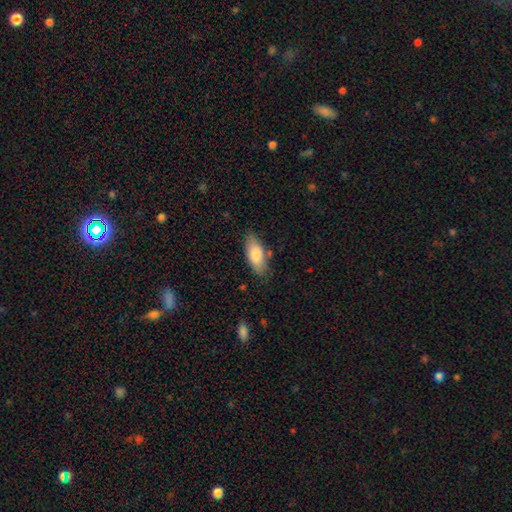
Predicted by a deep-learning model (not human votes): This appears to be a smooth galaxy with no disk features (81%) that is in between round and cigar-shaped (84%). Merging: none (76%).